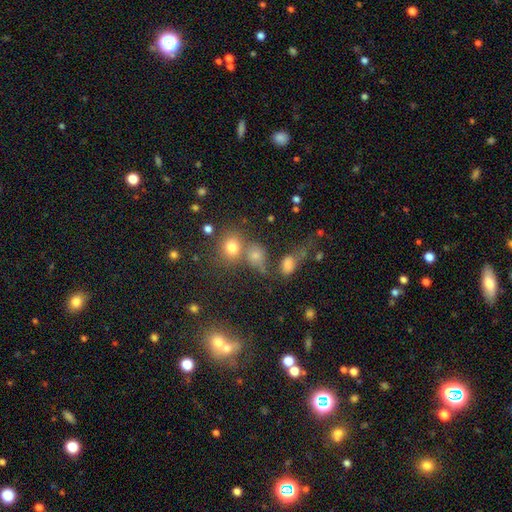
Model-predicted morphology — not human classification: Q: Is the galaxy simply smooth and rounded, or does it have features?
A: smooth — 72%.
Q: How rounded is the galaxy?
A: round — 57%.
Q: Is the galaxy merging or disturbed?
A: none — 41%.